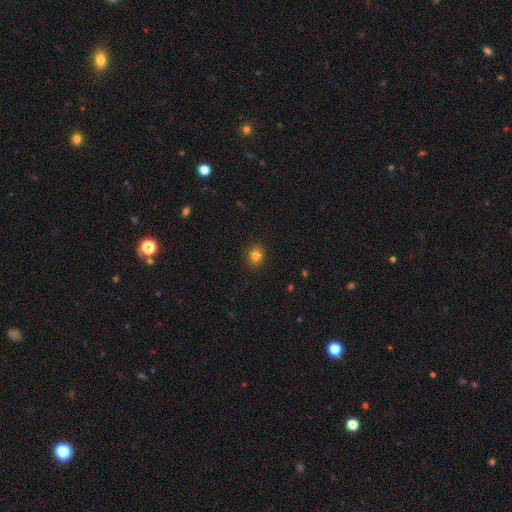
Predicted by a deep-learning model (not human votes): Q: Smooth or featured?
A: smooth (82%); runner-up: star or artifact (12%)
Q: How rounded?
A: round (57%); runner-up: in between (42%)
Q: Merging?
A: none (90%); runner-up: minor disturbance (7%)